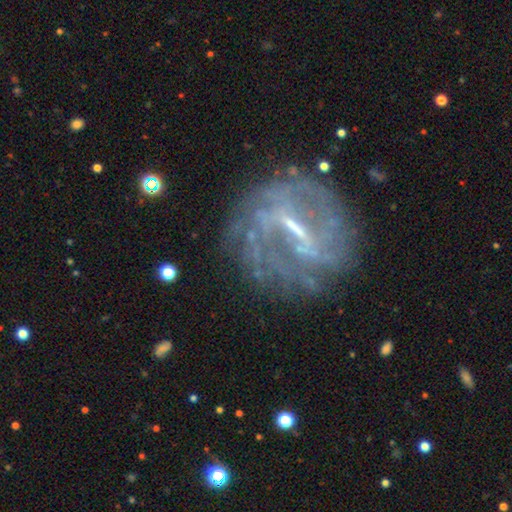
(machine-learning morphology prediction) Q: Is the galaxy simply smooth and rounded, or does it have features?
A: featured or disk — 81%.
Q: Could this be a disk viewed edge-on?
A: no — 94%.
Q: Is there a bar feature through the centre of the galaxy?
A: strong — 53%.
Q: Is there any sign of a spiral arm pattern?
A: yes — 73%.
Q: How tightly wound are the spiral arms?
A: tight — 50%.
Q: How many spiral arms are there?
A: can't tell — 52%.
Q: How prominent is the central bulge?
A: small — 51%.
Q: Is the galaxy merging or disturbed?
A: none — 69%.